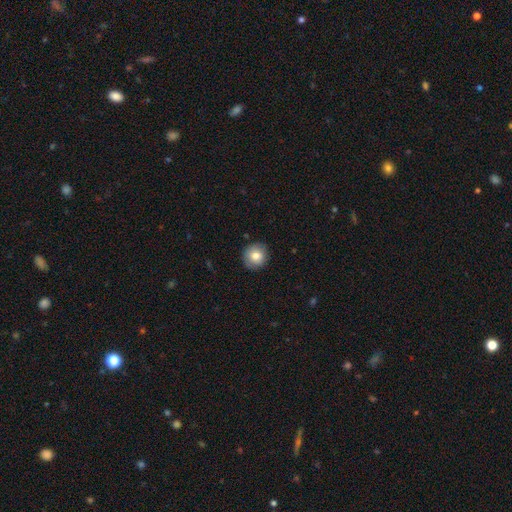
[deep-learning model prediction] smooth-or-featured: smooth: 78% | featured or disk: 13% | star or artifact: 9%
  how-rounded: round: 92% | in between: 7% | cigar-shaped: 1%
  merging: none: 86% | minor disturbance: 11% | major disturbance: 2% | merger: 1%